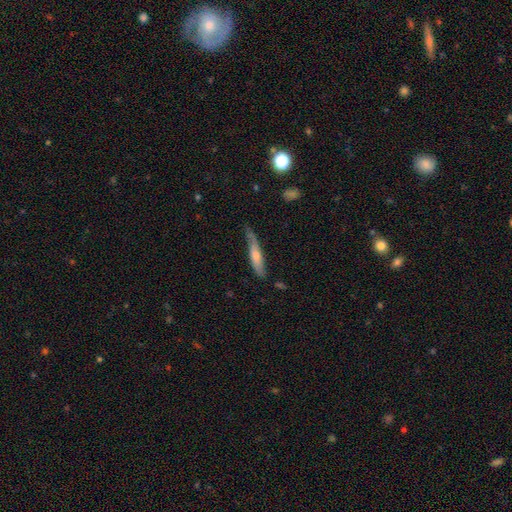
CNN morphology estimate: This appears to be a featured or disk galaxy (50%). Merging: none (61%).